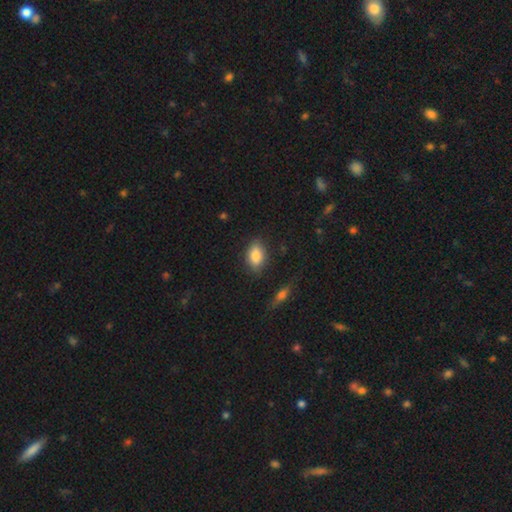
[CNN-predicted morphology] Smooth or featured? smooth (84%)
How rounded? in between (86%)
Merging? none (79%)